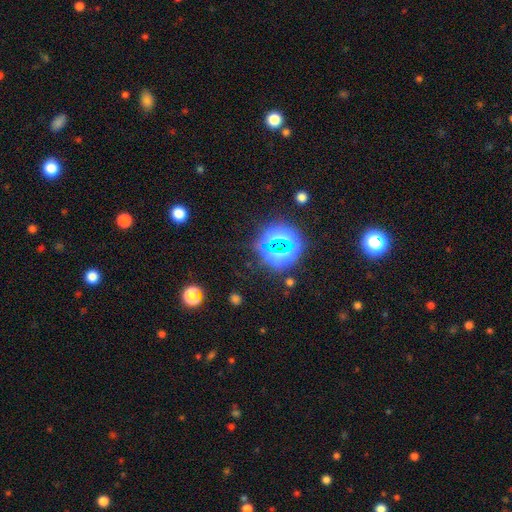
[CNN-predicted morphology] Smooth or featured?
  - star or artifact: 82% *
  - smooth: 11%
  - featured or disk: 7%